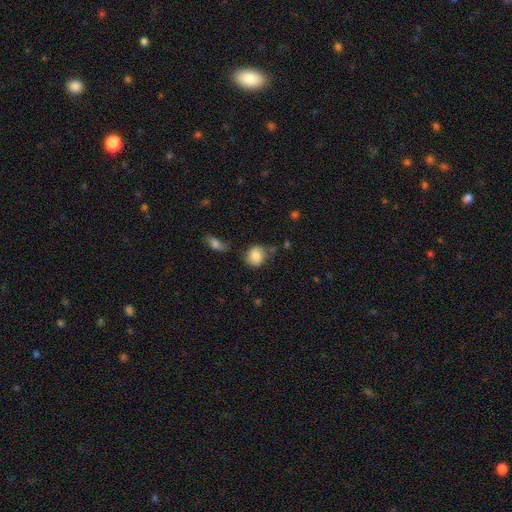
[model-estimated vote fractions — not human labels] A smooth galaxy with no disk features (81%) that is round (72%).

Vote fractions:
- Smooth or featured? smooth: 81% / featured or disk: 11% / star or artifact: 8%
- How rounded? round: 72% / in between: 27% / cigar-shaped: 1%
- Merging? none: 64% / minor disturbance: 22% / major disturbance: 7% / merger: 6%